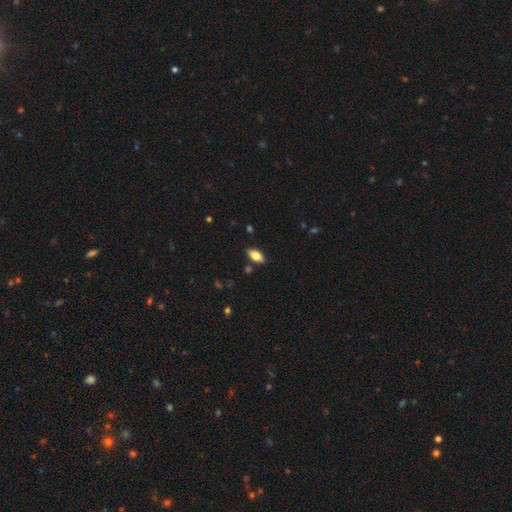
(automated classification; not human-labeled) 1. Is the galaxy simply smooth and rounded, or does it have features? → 74% smooth, 19% featured or disk, 7% star or artifact.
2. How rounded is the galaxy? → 88% in between, 9% cigar-shaped, 3% round.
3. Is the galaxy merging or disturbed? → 86% none, 10% minor disturbance, 2% merger, 2% major disturbance.